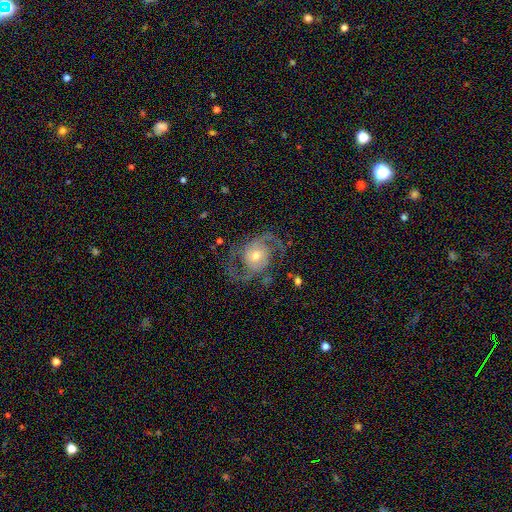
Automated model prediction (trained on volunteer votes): Q: Smooth or featured?
A: featured or disk (87%); runner-up: smooth (7%)
Q: Edge-on disk?
A: no (97%); runner-up: yes (3%)
Q: Bar?
A: no (67%); runner-up: weak (25%)
Q: Spiral arms?
A: yes (95%); runner-up: no (5%)
Q: Spiral winding?
A: medium (55%); runner-up: loose (26%)
Q: Spiral arm count?
A: 2 (90%); runner-up: can't tell (3%)
Q: Bulge size?
A: moderate (65%); runner-up: small (26%)
Q: Merging?
A: none (71%); runner-up: minor disturbance (15%)